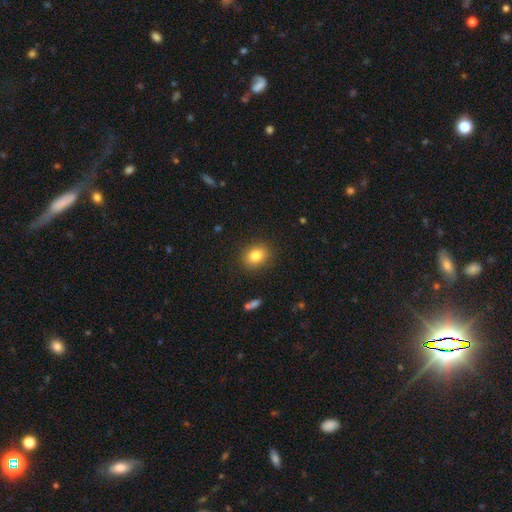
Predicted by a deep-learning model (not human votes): Smooth or featured: smooth — 82% (star or artifact — 10%)
How rounded: round — 55% (in between — 44%)
Merging: none — 87% (minor disturbance — 9%)